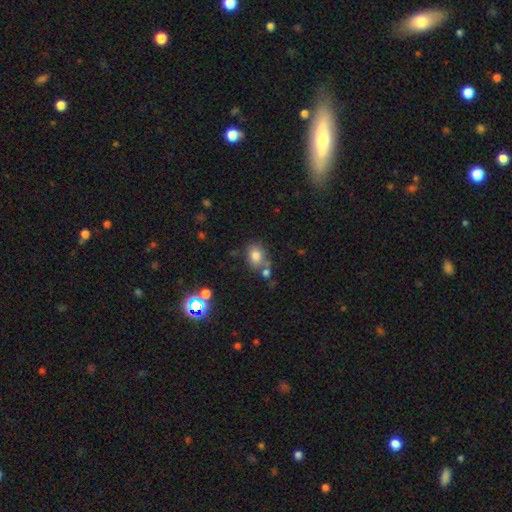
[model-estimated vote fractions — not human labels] Smooth or featured? smooth (76%)
How rounded? in between (56%)
Merging? none (61%)